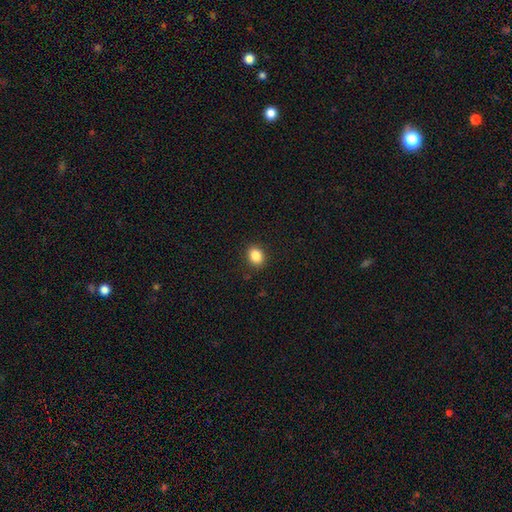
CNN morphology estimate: This is clearly a smooth galaxy (85%). How rounded: possibly in between (53%). Merging: clearly none (89%).